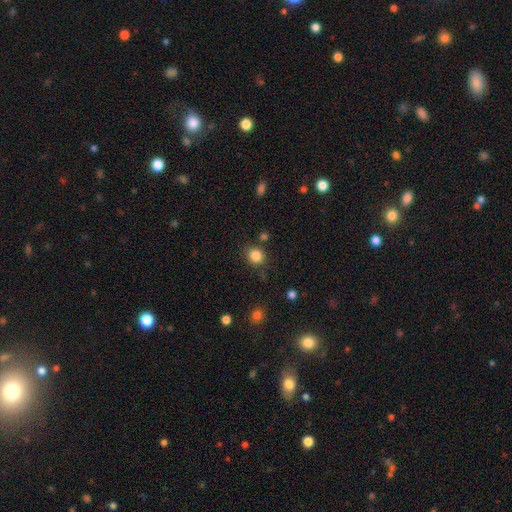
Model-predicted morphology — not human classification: Smooth or featured? smooth (85%)
How rounded? round (79%)
Merging? none (80%)